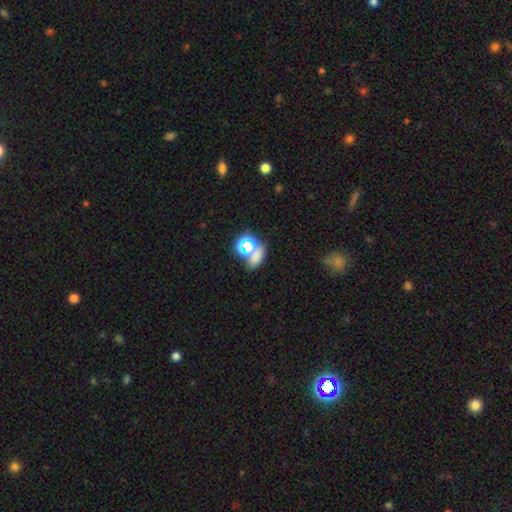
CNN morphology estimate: Smooth or featured?
  - smooth: 55% *
  - star or artifact: 35%
  - featured or disk: 10%
How rounded?
  - in between: 54% *
  - round: 41%
  - cigar-shaped: 5%
Merging?
  - none: 54% *
  - merger: 28%
  - minor disturbance: 11%
  - major disturbance: 7%